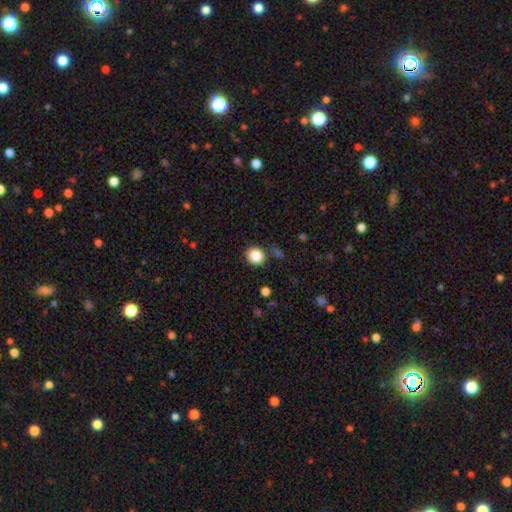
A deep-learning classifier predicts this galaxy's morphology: type=smooth (84%); roundness=round (89%); merging=none (83%).